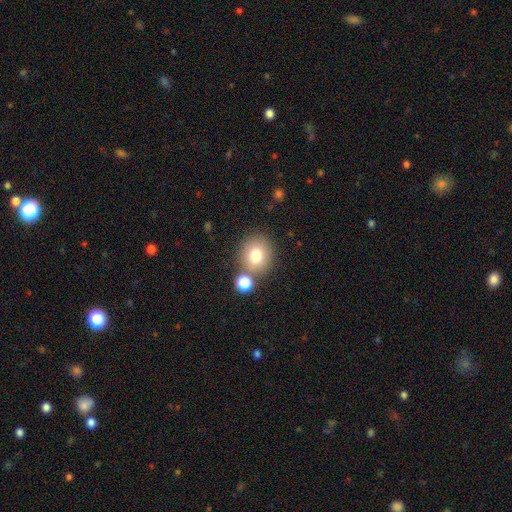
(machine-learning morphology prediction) This appears to be a smooth galaxy with no disk features (77%) that is round (82%). Merging: none (72%).